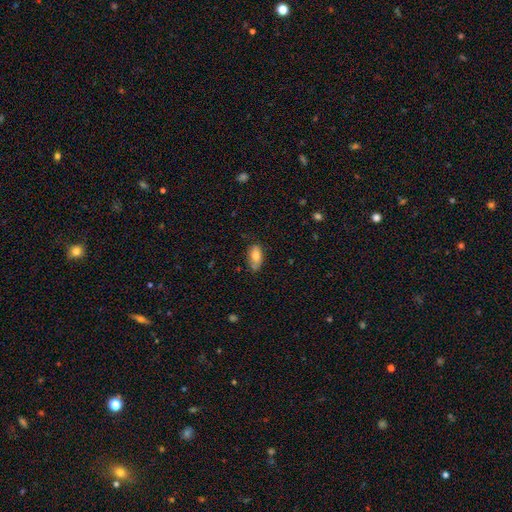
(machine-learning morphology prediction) A smooth galaxy with no disk features (77%) that is in between round and cigar-shaped (89%). Merging: none (69%).